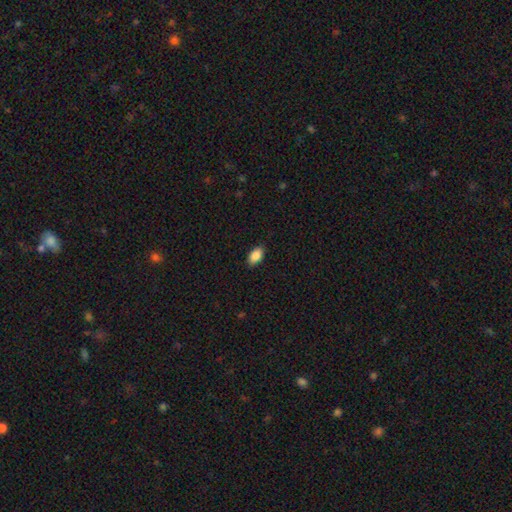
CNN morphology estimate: This appears to be a smooth galaxy with no disk features (87%) that is in between round and cigar-shaped (92%). Merging: none (88%).